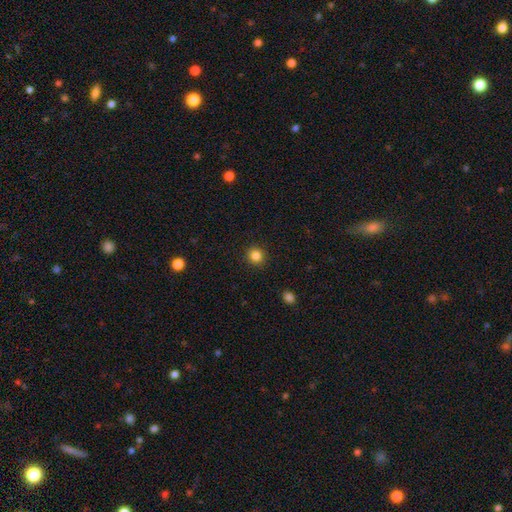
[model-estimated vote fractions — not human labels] A smooth galaxy with no disk features (84%) that is round (92%). Merging: none (92%).